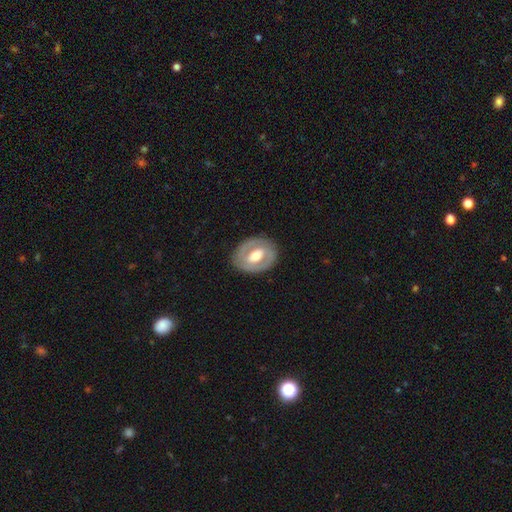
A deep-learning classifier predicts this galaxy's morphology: Smooth or featured? featured or disk (62%)
Edge-on disk? no (94%)
Bar? no (39%)
Spiral arms? no (68%)
Bulge size? moderate (67%)
Merging? none (83%)